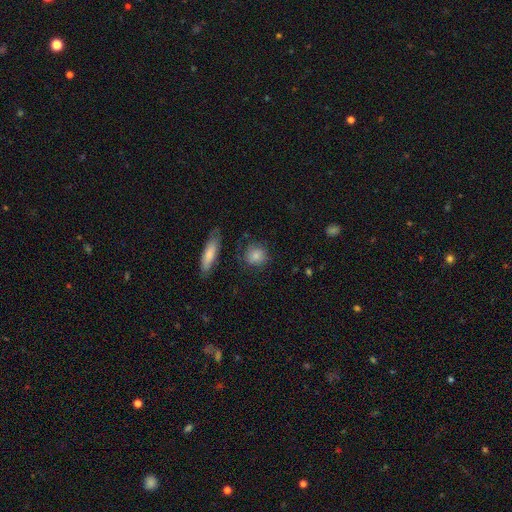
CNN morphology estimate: The model was most divided on "merging": none: 73%, minor disturbance: 16%, major disturbance: 6%, merger: 4%. More confident: smooth or featured — smooth (79%); how rounded — round (78%).